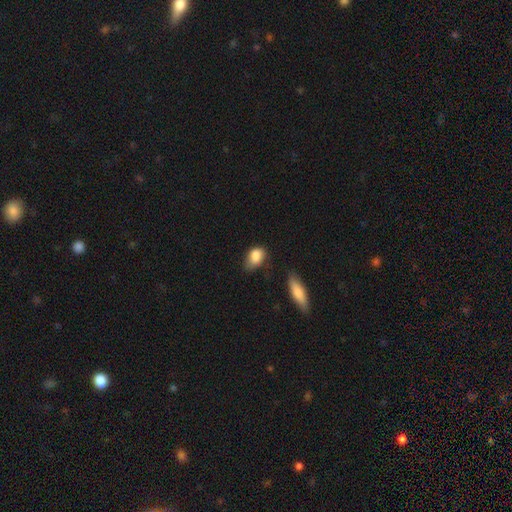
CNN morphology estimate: Smooth or featured: smooth — 84% (featured or disk — 8%)
How rounded: in between — 82% (round — 16%)
Merging: minor disturbance — 42% (none — 39%)